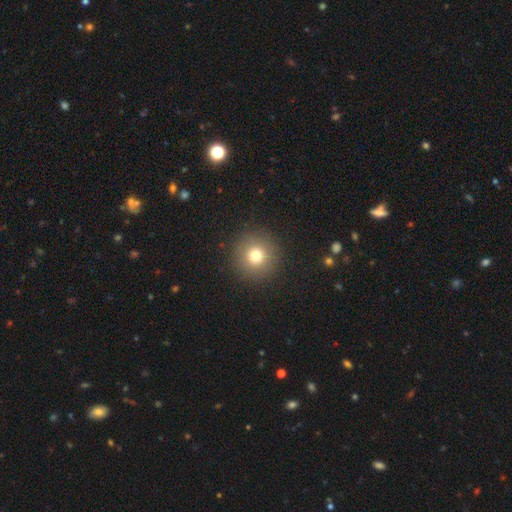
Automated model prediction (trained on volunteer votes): Smooth or featured?
  - smooth: 76% *
  - star or artifact: 13%
  - featured or disk: 11%
How rounded?
  - round: 96% *
  - in between: 3%
  - cigar-shaped: 1%
Merging?
  - none: 91% *
  - minor disturbance: 6%
  - major disturbance: 3%
  - merger: 1%